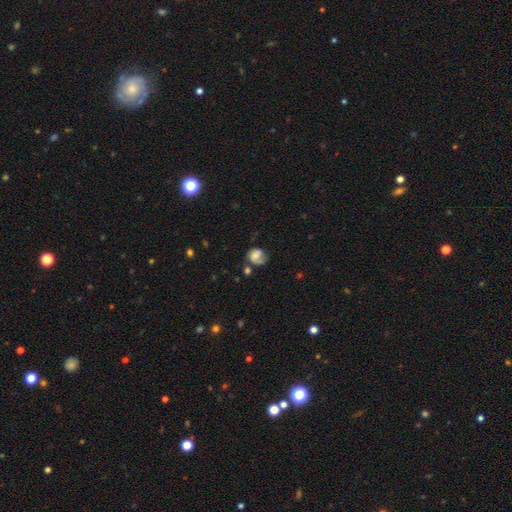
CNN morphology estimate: Smooth or featured? Predicted: smooth (p=0.54). How rounded? Predicted: round (p=0.60). Merging? Predicted: none (p=0.43).